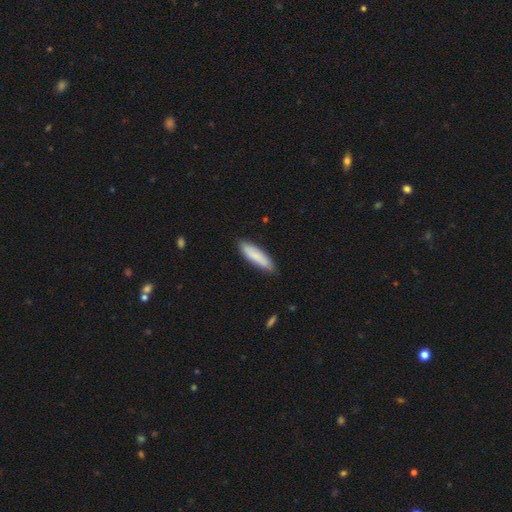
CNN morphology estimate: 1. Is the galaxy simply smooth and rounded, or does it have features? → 83% smooth, 12% featured or disk, 5% star or artifact.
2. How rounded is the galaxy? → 67% cigar-shaped, 32% in between, 1% round.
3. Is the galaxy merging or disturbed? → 80% none, 17% minor disturbance, 2% major disturbance, 1% merger.